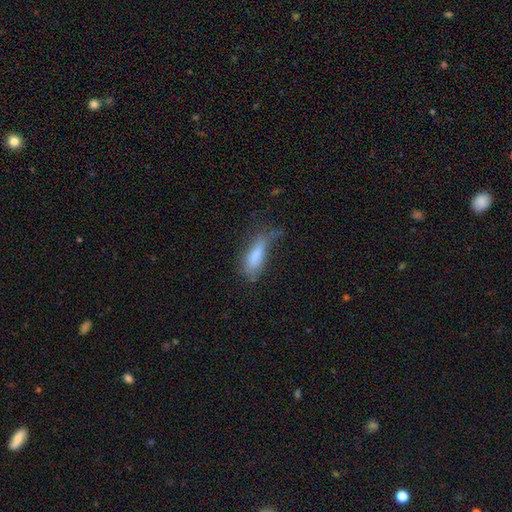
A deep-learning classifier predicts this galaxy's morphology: This appears to be a smooth galaxy with no disk features (76%) that is in between round and cigar-shaped (59%). Merging: minor disturbance (32%, tied with none).